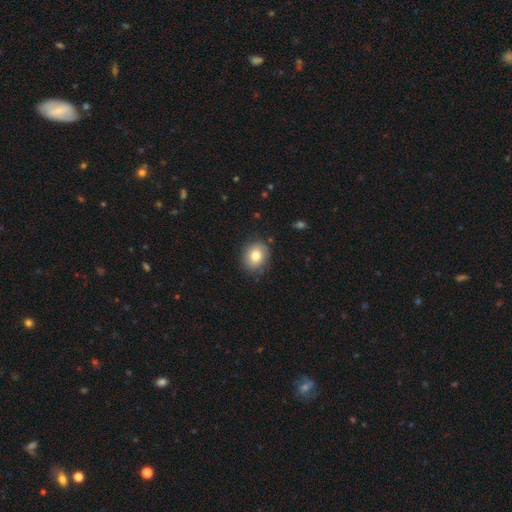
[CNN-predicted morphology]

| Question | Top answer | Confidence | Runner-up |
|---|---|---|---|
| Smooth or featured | smooth | 80% | featured or disk (11%) |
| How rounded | round | 70% | in between (29%) |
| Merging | none | 85% | minor disturbance (12%) |